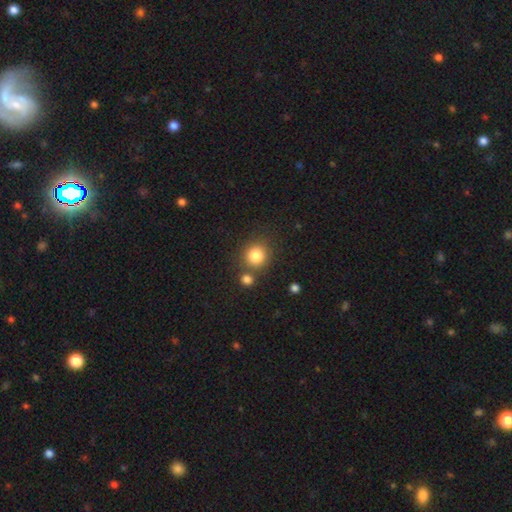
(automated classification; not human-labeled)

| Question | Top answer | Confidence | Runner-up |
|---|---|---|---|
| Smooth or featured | smooth | 83% | star or artifact (11%) |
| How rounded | round | 88% | in between (11%) |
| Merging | none | 72% | merger (16%) |